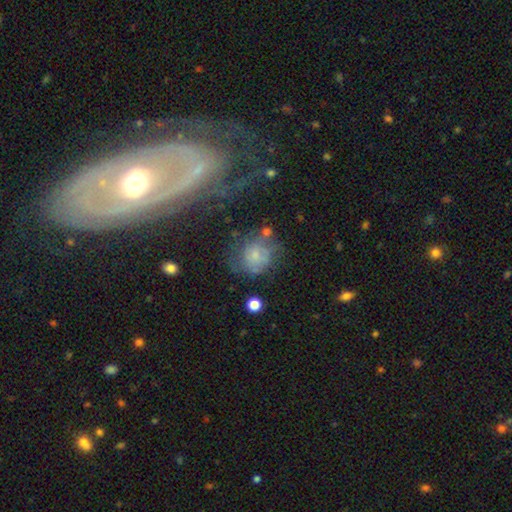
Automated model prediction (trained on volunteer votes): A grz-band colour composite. It shows a featured or disk galaxy (44%). Merging: none (47%).